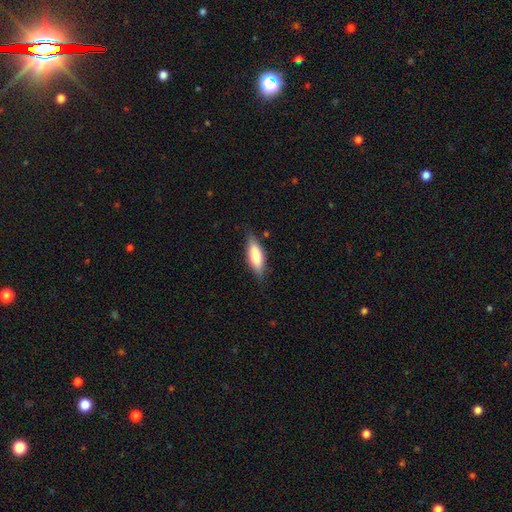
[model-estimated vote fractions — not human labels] Overall: smooth (77%). How rounded: in between (59%; cigar-shaped 39%). Merging: none (79%).